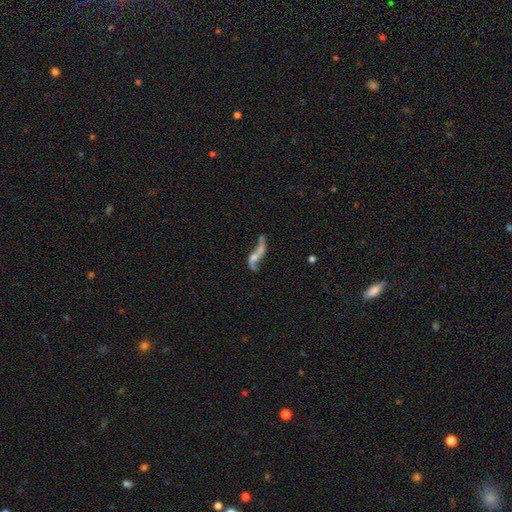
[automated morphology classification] Smooth or featured?
  - featured or disk: 67% *
  - smooth: 23%
  - star or artifact: 10%
Edge-on disk?
  - no: 87% *
  - yes: 13%
Bar?
  - no: 61% *
  - weak: 28%
  - strong: 11%
Spiral arms?
  - yes: 72% *
  - no: 28%
Bulge size?
  - none: 35% *
  - small: 30%
  - moderate: 27%
  - large: 6%
  - dominant: 2%
Merging?
  - none: 33% *
  - merger: 32%
  - major disturbance: 20%
  - minor disturbance: 16%